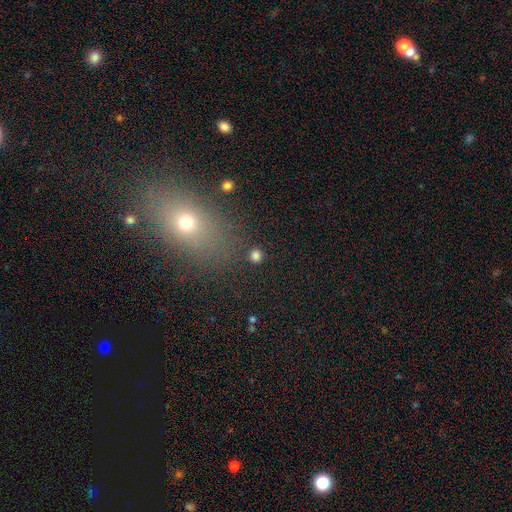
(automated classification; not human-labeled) Smooth or featured: smooth — 80% (star or artifact — 15%)
How rounded: round — 91% (in between — 8%)
Merging: none — 89% (minor disturbance — 6%)